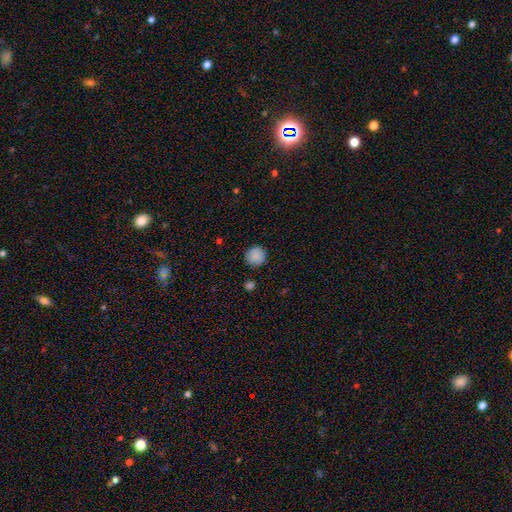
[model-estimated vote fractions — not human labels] smooth 87%, star or artifact 9%, featured or disk 4%. Down the decision tree: how rounded — round (93%); merging — none (85%).